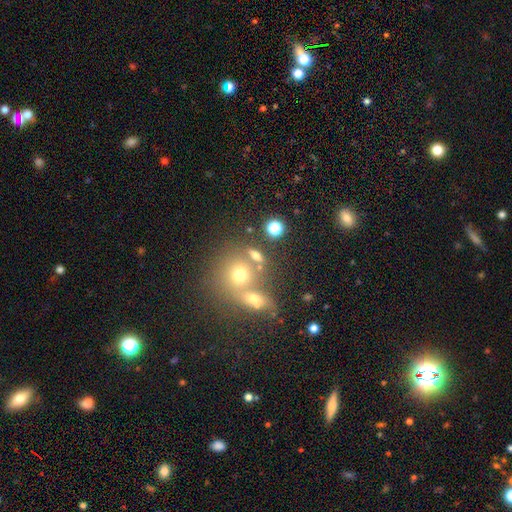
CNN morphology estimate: Q: Smooth or featured?
A: smooth (63%); runner-up: star or artifact (20%)
Q: How rounded?
A: round (53%); runner-up: in between (40%)
Q: Merging?
A: none (50%); runner-up: merger (35%)